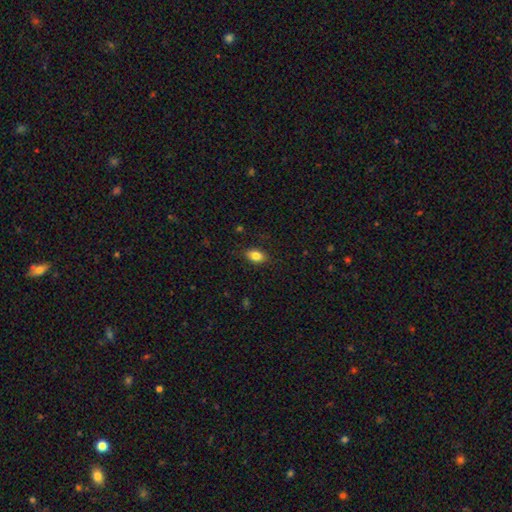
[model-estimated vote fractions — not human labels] smooth 84%, star or artifact 9%, featured or disk 8%. Down the decision tree: how rounded — in between (85%); merging — none (86%).